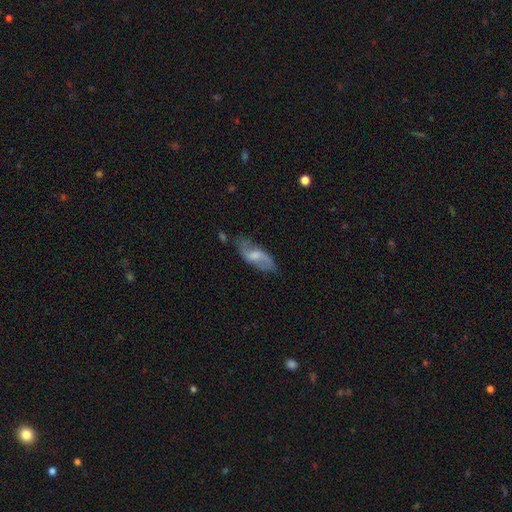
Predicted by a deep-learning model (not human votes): Q: Smooth or featured?
A: featured or disk (61%); runner-up: smooth (33%)
Q: Edge-on disk?
A: no (90%); runner-up: yes (10%)
Q: Bar?
A: weak (52%); runner-up: no (33%)
Q: Spiral arms?
A: yes (87%); runner-up: no (13%)
Q: Bulge size?
A: moderate (41%); runner-up: small (31%)
Q: Merging?
A: none (67%); runner-up: minor disturbance (22%)